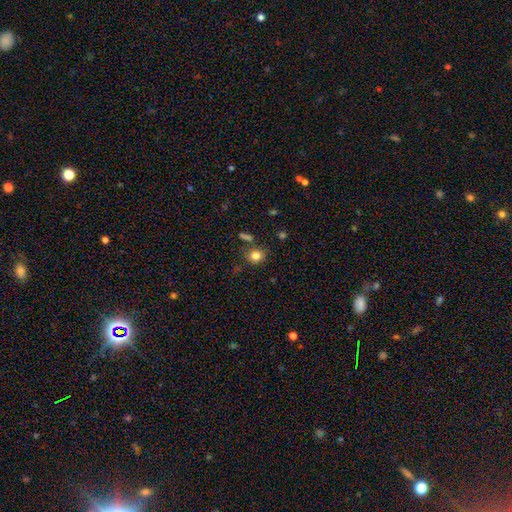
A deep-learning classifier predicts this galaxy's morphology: Q: Smooth or featured?
A: smooth (81%); runner-up: star or artifact (12%)
Q: How rounded?
A: round (71%); runner-up: in between (28%)
Q: Merging?
A: none (76%); runner-up: minor disturbance (14%)